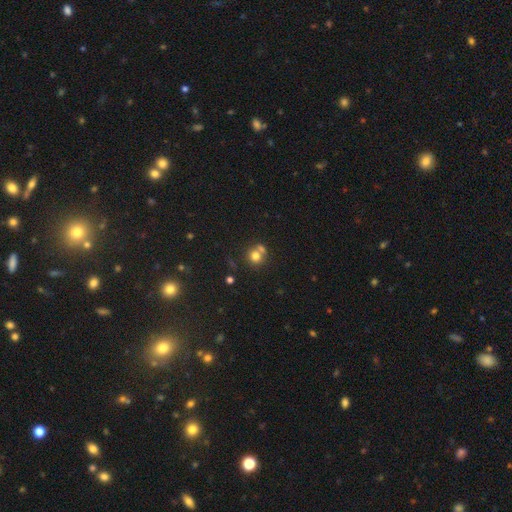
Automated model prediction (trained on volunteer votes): smooth_or_featured: smooth (p=0.75) [alt: star or artifact p=0.14]
how_rounded: round (p=0.86) [alt: in between p=0.13]
merging: none (p=0.53) [alt: merger p=0.34]